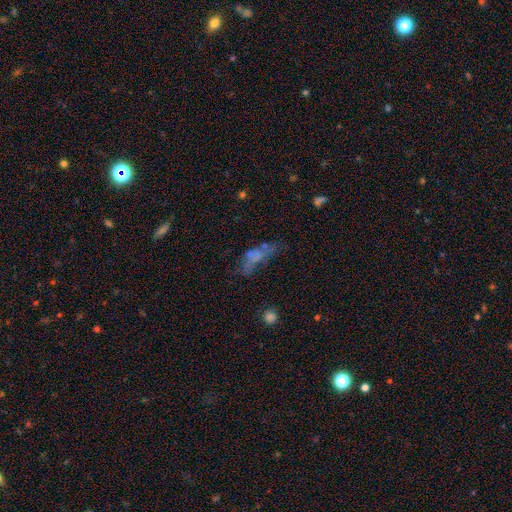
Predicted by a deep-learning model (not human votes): This appears to be a smooth galaxy with no disk features (44%). Merging: none (35%).